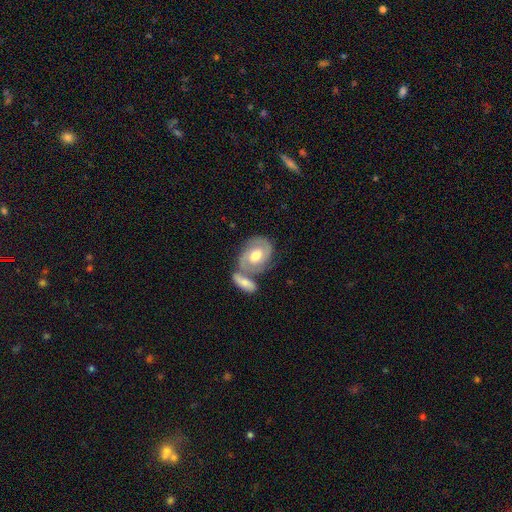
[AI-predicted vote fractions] A featured or disk galaxy (76%) with no bar (58%), 2 (86%) tight (45%) spiral arms (91%) and a moderate central bulge (70%). Merging: none (42%).